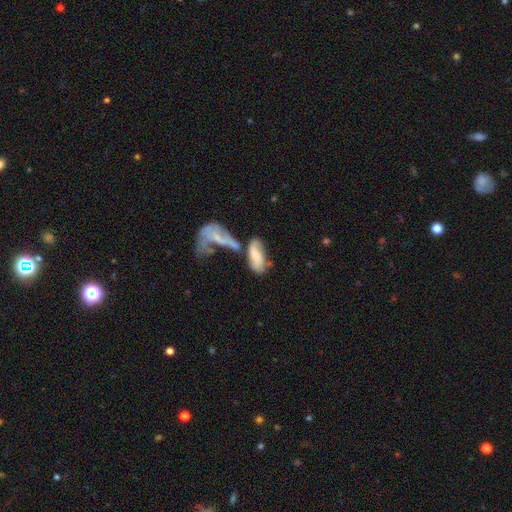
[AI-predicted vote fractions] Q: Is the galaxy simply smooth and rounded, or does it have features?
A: smooth — 56%.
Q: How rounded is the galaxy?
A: in between — 84%.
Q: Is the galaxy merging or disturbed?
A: merger — 49%.